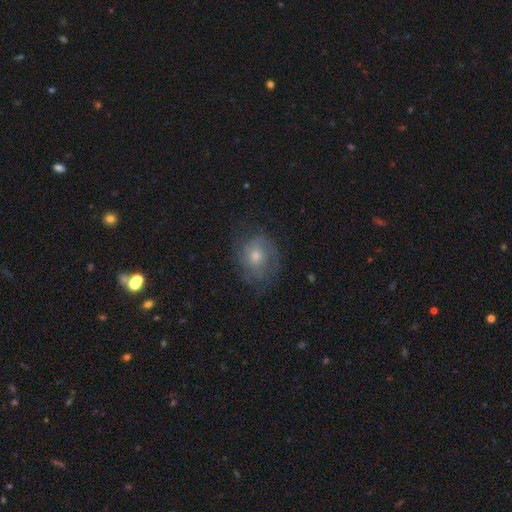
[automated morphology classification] type=featured or disk (55%); edge-on=no (96%); bar=no (73%); spiral arms=yes (78%); bulge=moderate (54%); merging=none (67%).